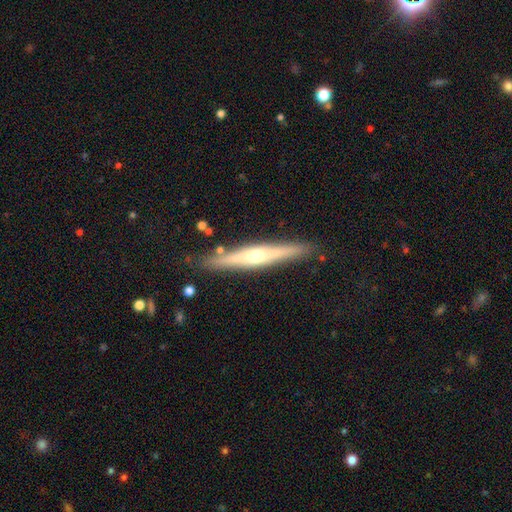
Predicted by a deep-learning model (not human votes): Smooth or featured? featured or disk (68%)
Edge-on disk? yes (95%)
Edge-on bulge? rounded (83%)
Merging? none (85%)